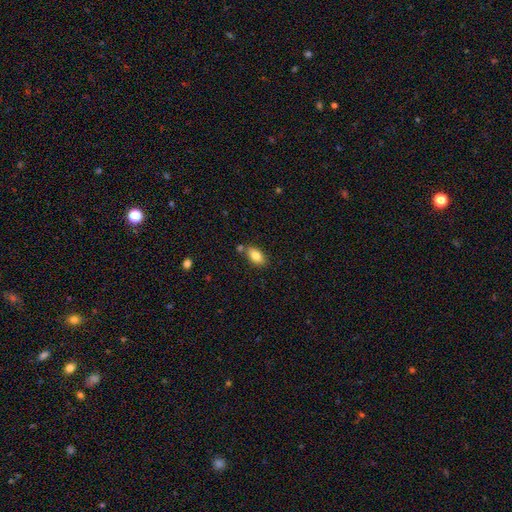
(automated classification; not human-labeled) Morphology: type=smooth (81%); roundness=in between (90%); merging=none (74%).